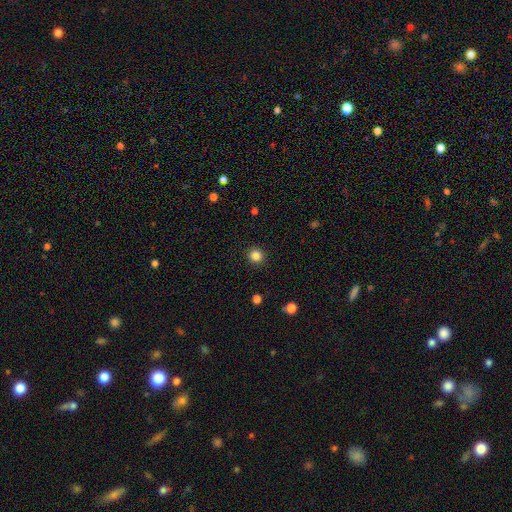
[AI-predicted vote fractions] A smooth galaxy with no disk features (85%) that is round (94%).

Vote fractions:
- Smooth or featured? smooth: 85% / star or artifact: 12% / featured or disk: 4%
- How rounded? round: 94% / in between: 5% / cigar-shaped: 1%
- Merging? none: 92% / minor disturbance: 5% / major disturbance: 2% / merger: 1%